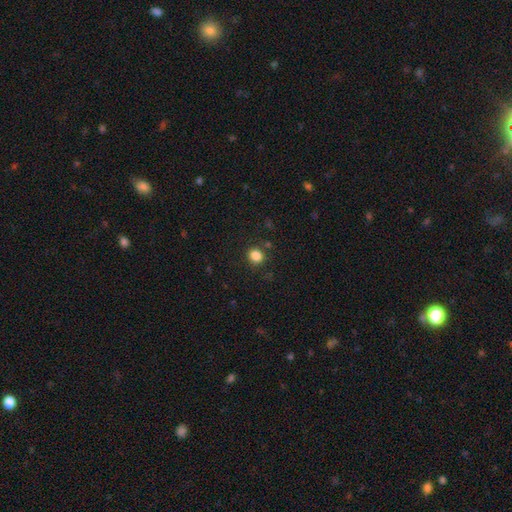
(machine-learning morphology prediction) smooth 84%, star or artifact 11%, featured or disk 4%. Down the decision tree: how rounded — round (75%); merging — none (85%).